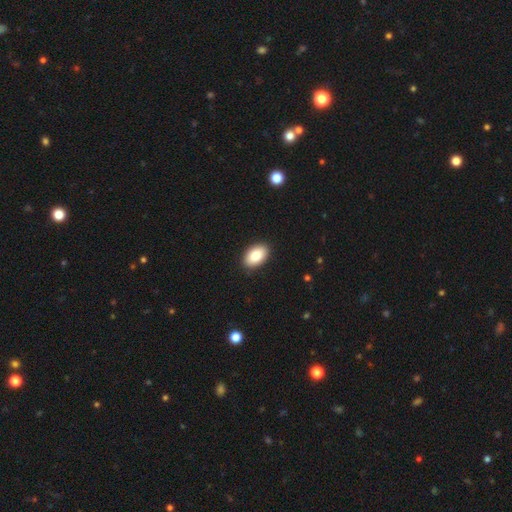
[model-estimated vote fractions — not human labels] Morphology: type=smooth (85%); roundness=in between (91%); merging=none (90%).